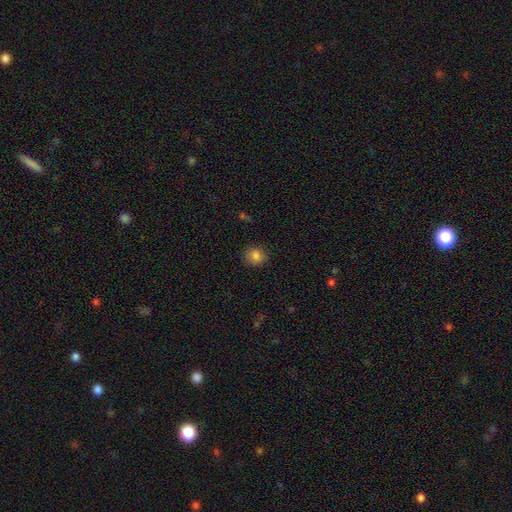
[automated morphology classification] smooth 84%, star or artifact 11%, featured or disk 5%. Down the decision tree: how rounded — round (80%); merging — none (87%).